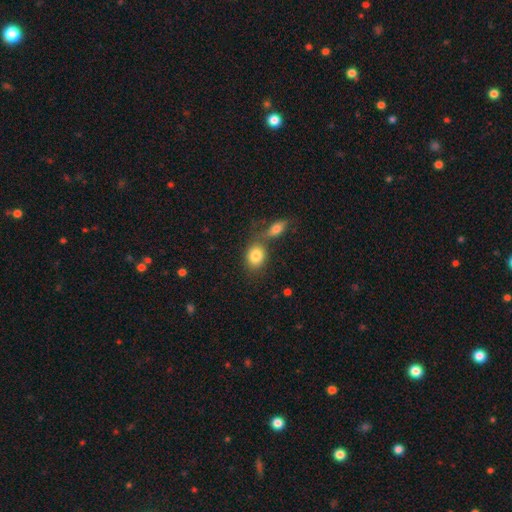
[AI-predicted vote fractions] smooth_or_featured: smooth (p=0.83) [alt: featured or disk p=0.09]
how_rounded: in between (p=0.53) [alt: round p=0.46]
merging: none (p=0.54) [alt: merger p=0.31]